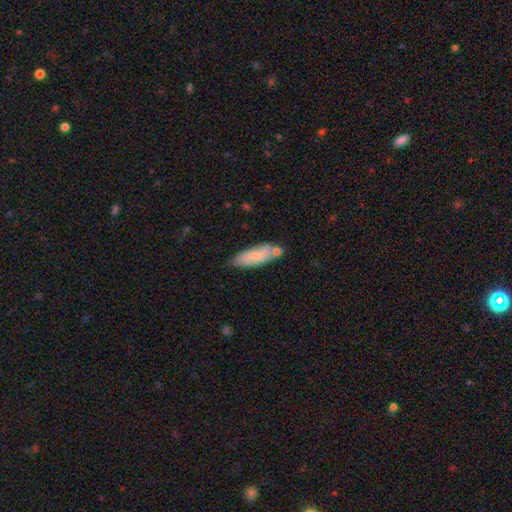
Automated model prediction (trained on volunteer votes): Overall: smooth (66%; featured or disk 27%). How rounded: in between (59%; cigar-shaped 39%). Merging: none (58%; minor disturbance 23%).